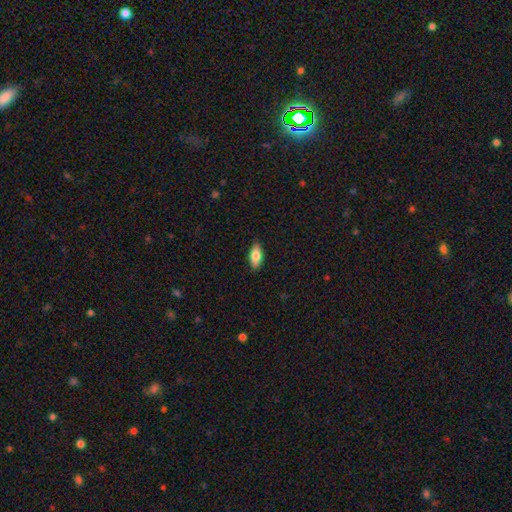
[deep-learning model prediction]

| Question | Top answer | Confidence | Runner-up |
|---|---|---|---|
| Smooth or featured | smooth | 79% | featured or disk (15%) |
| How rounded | in between | 83% | cigar-shaped (15%) |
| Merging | none | 88% | minor disturbance (9%) |